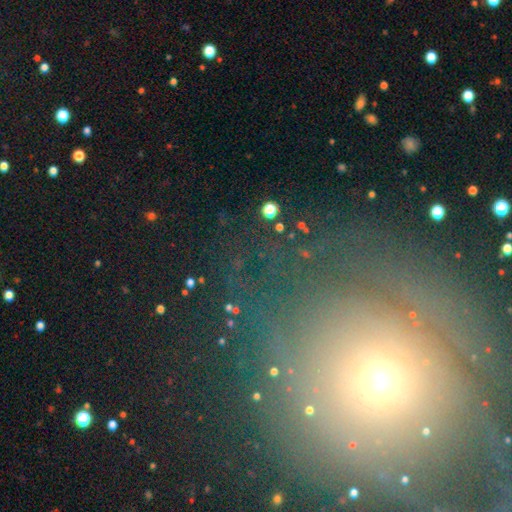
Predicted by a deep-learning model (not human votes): Smooth or featured: star or artifact — 49% (smooth — 30%)